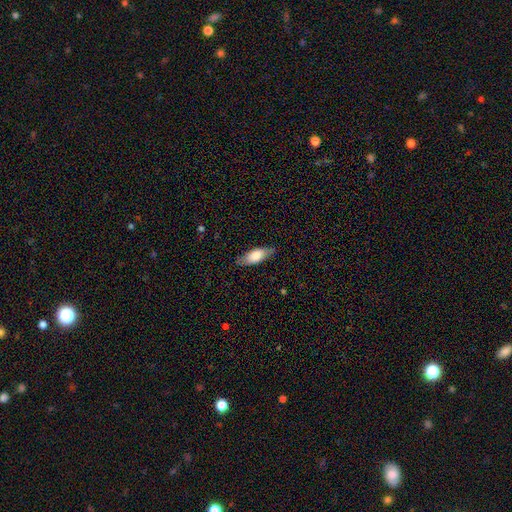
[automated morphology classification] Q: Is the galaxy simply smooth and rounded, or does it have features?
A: smooth — 74%.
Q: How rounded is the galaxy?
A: in between — 75%.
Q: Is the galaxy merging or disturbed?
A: none — 81%.